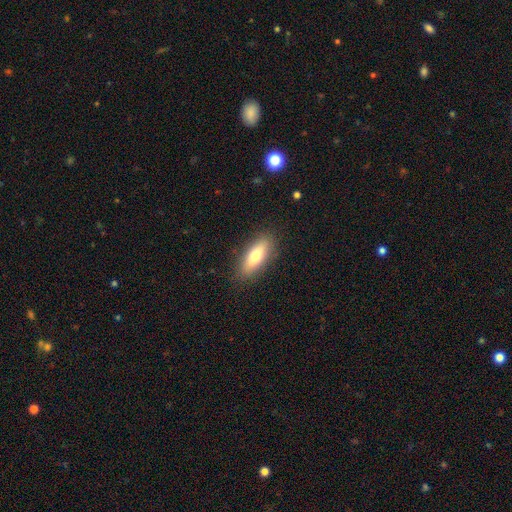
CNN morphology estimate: This appears to be a smooth galaxy with no disk features (72%) that is in between round and cigar-shaped (61%). Merging: none (87%).